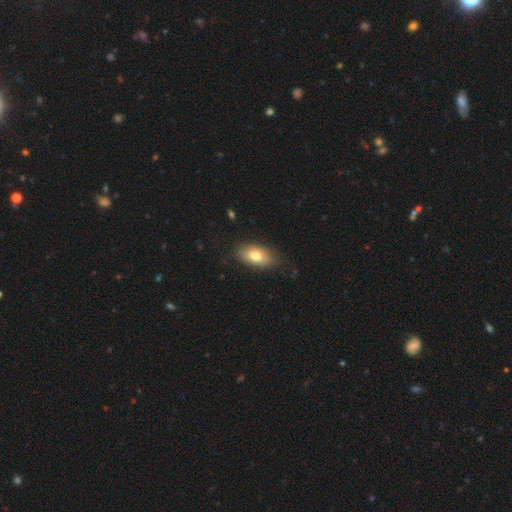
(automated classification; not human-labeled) Q: Smooth or featured?
A: smooth (77%); runner-up: featured or disk (15%)
Q: How rounded?
A: in between (90%); runner-up: round (6%)
Q: Merging?
A: none (79%); runner-up: minor disturbance (16%)